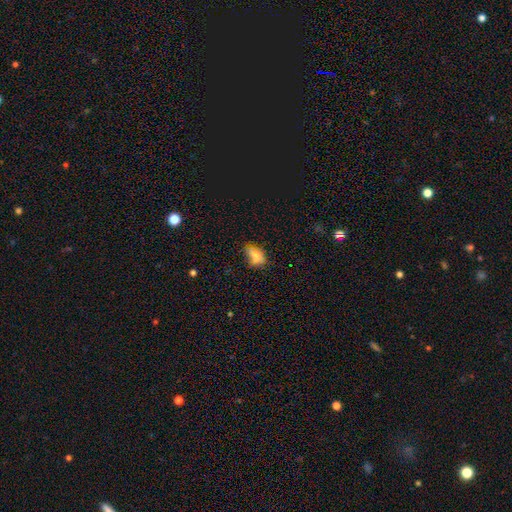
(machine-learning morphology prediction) smooth_or_featured: smooth (p=0.74) [alt: featured or disk p=0.14]
how_rounded: in between (p=0.87) [alt: round p=0.10]
merging: none (p=0.47) [alt: minor disturbance p=0.32]